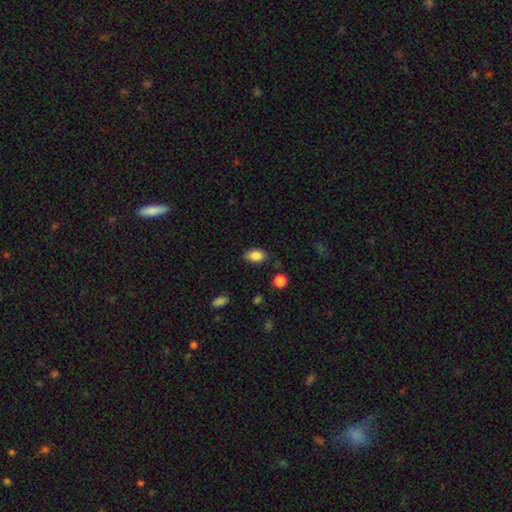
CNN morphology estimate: Overall: smooth (87%). How rounded: in between (89%). Merging: none (80%).